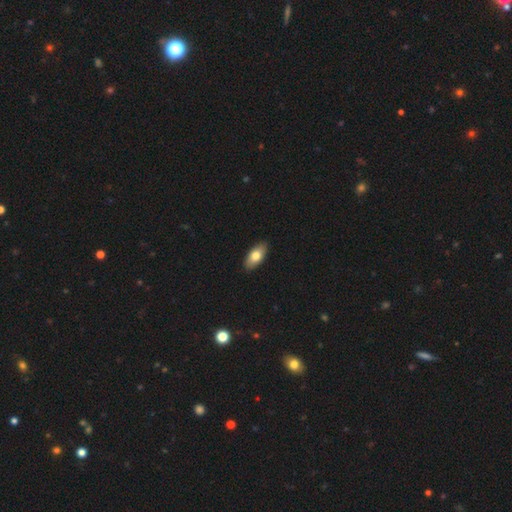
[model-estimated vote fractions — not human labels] smooth 77%, featured or disk 17%, star or artifact 6%. Down the decision tree: how rounded — in between (90%); merging — none (90%).